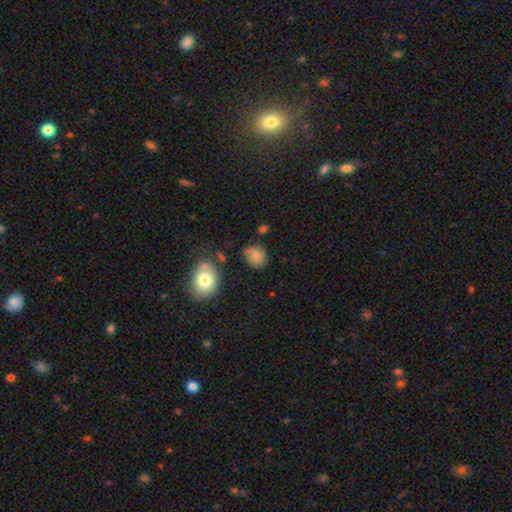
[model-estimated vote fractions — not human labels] Smooth or featured: smooth — 80% (star or artifact — 10%)
How rounded: round — 54% (in between — 45%)
Merging: none — 62% (minor disturbance — 25%)